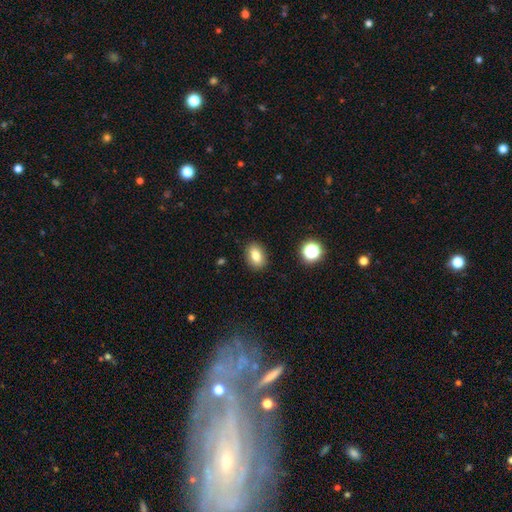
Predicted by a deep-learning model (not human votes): A smooth galaxy with no disk features (82%) that is in between round and cigar-shaped (81%).

Vote fractions:
- Smooth or featured? smooth: 82% / star or artifact: 10% / featured or disk: 8%
- How rounded? in between: 81% / round: 17% / cigar-shaped: 2%
- Merging? none: 88% / minor disturbance: 8% / major disturbance: 2% / merger: 1%